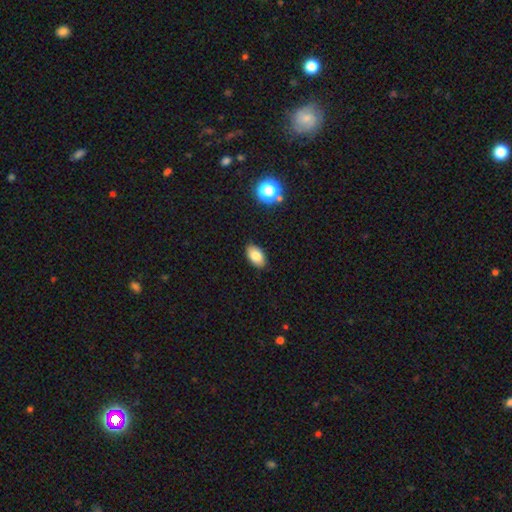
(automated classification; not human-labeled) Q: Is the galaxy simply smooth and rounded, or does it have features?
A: smooth — 82%.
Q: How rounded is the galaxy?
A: in between — 92%.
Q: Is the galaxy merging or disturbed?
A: none — 88%.